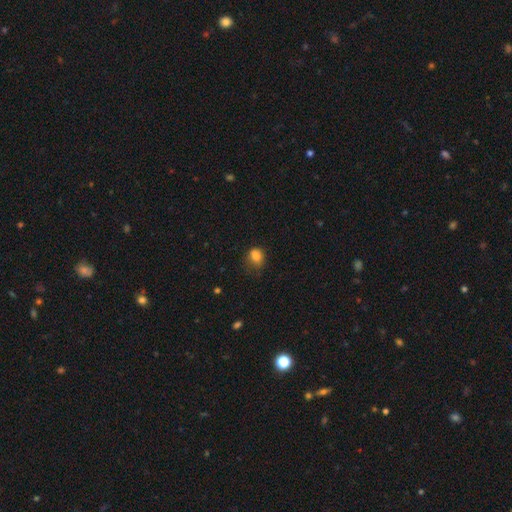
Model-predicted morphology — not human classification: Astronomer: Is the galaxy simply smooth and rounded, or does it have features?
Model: smooth — 80%.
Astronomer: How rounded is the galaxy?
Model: in between — 52% (runner-up: round, 46%).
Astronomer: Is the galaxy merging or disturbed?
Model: none — 47% (runner-up: minor disturbance, 32%).